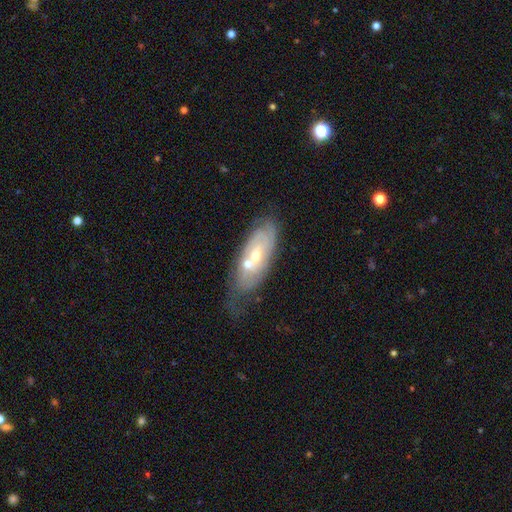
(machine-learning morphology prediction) type=featured or disk (65%); edge-on=no (86%); bar=no (75%); spiral arms=yes (62%); bulge=small (48%); merging=none (46%).